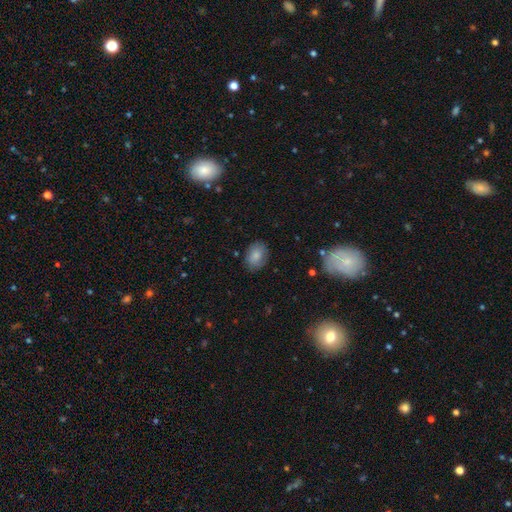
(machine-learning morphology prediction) The model was most divided on "how rounded": in between: 76%, round: 22%, cigar-shaped: 1%. More confident: smooth or featured — smooth (82%); merging — none (82%).